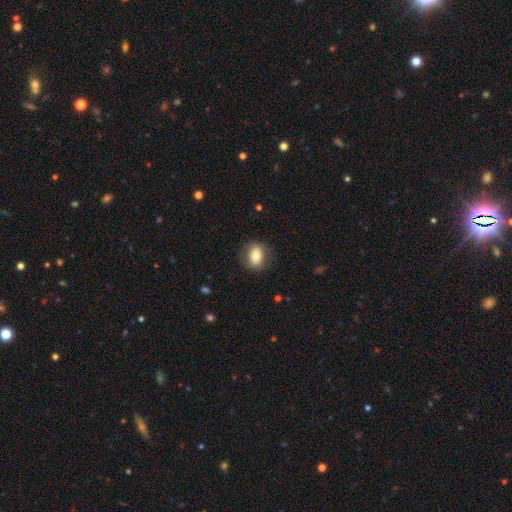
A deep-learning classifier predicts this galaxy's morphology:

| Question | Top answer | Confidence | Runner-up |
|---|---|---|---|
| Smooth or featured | smooth | 77% | featured or disk (14%) |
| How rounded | in between | 58% | round (41%) |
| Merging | none | 83% | minor disturbance (12%) |